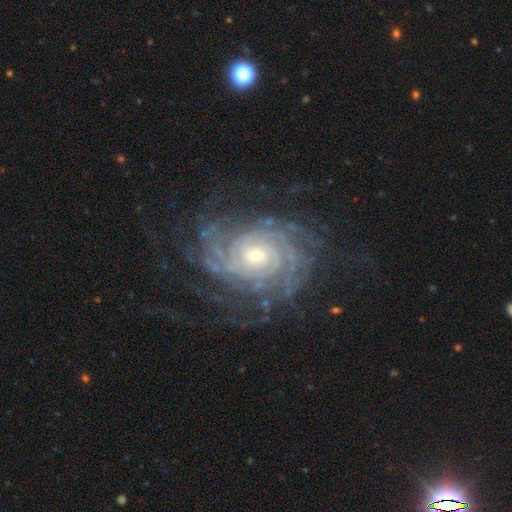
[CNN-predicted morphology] Smooth or featured?
  - featured or disk: 91% *
  - star or artifact: 5%
  - smooth: 4%
Edge-on disk?
  - no: 97% *
  - yes: 3%
Bar?
  - no: 72% *
  - weak: 21%
  - strong: 7%
Spiral arms?
  - yes: 98% *
  - no: 2%
Spiral winding?
  - tight: 79% *
  - medium: 17%
  - loose: 4%
Spiral arm count?
  - can't tell: 26% *
  - more than 4: 24%
  - 4: 18%
  - 2: 12%
  - 3: 12%
  - 1: 8%
Bulge size?
  - small: 59% *
  - moderate: 37%
  - large: 2%
  - none: 1%
  - dominant: 1%
Merging?
  - none: 75% *
  - minor disturbance: 15%
  - major disturbance: 9%
  - merger: 1%